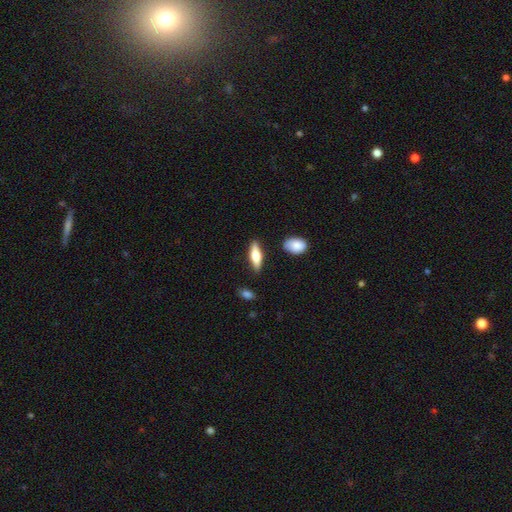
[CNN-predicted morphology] A smooth galaxy with no disk features (63%) that is cigar-shaped (49%).

Vote fractions:
- Smooth or featured? smooth: 63% / featured or disk: 32% / star or artifact: 6%
- How rounded? cigar-shaped: 49% / in between: 48% / round: 3%
- Merging? none: 83% / minor disturbance: 12% / merger: 3% / major disturbance: 3%